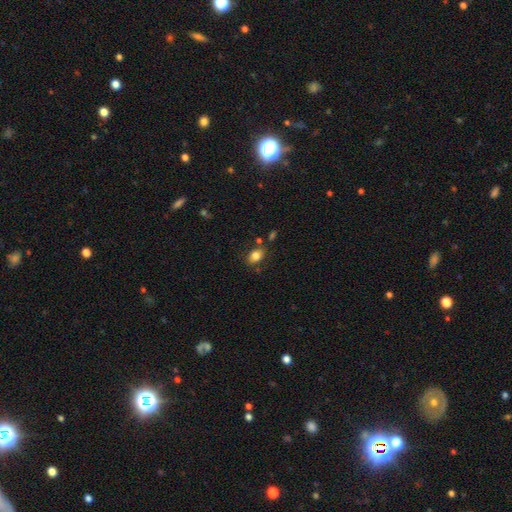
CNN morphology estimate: smooth_or_featured: smooth (p=0.81) [alt: star or artifact p=0.10]
how_rounded: in between (p=0.78) [alt: round p=0.21]
merging: none (p=0.74) [alt: minor disturbance p=0.15]